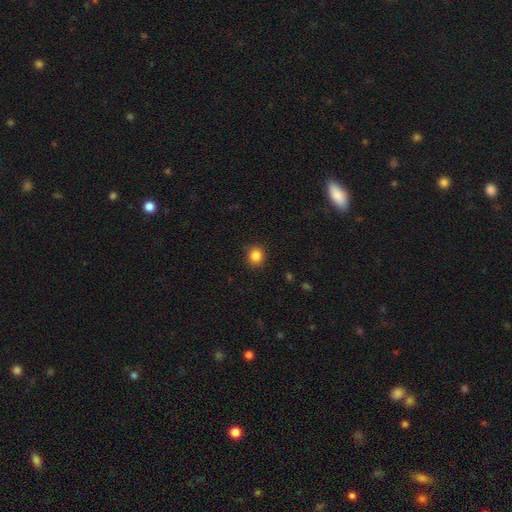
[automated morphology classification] This is clearly a smooth galaxy (85%). How rounded: clearly round (84%). Merging: clearly none (88%).